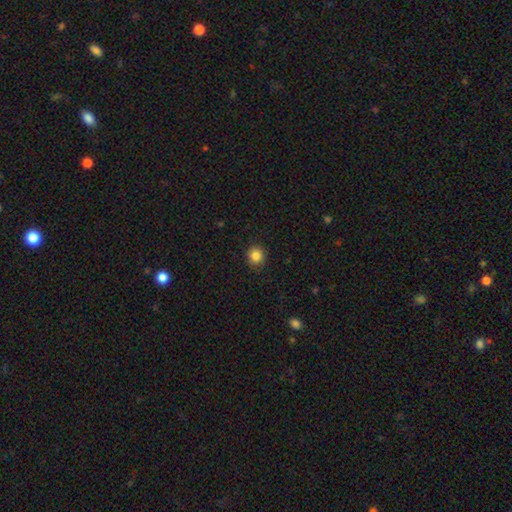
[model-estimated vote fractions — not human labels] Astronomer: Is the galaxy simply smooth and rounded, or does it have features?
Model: smooth — 85%.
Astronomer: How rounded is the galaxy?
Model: round — 89%.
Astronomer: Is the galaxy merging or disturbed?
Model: none — 90%.